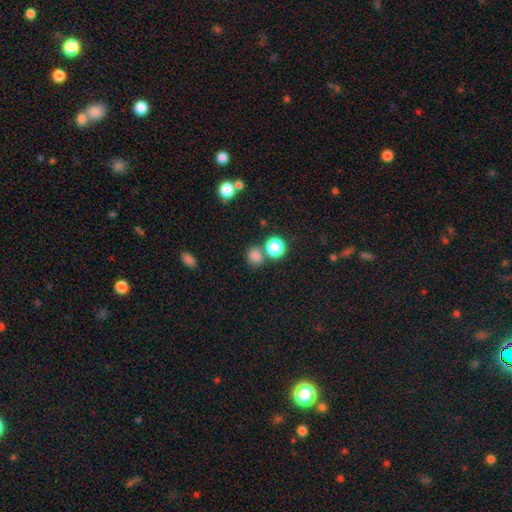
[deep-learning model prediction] This is likely a smooth galaxy (78%). How rounded: clearly round (82%). Merging: likely none (66%).